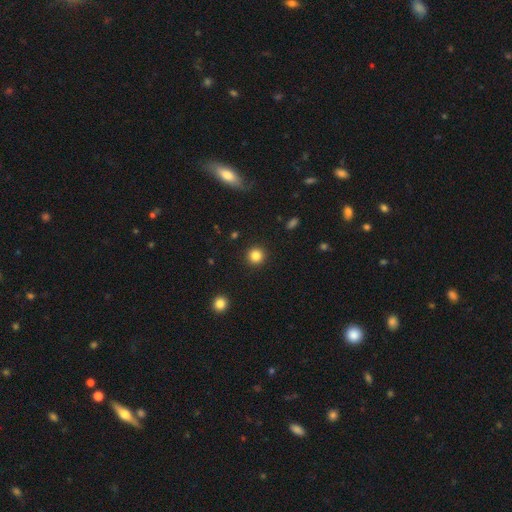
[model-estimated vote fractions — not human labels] This appears to be a smooth galaxy with no disk features (84%) that is round (94%). Merging: none (92%).